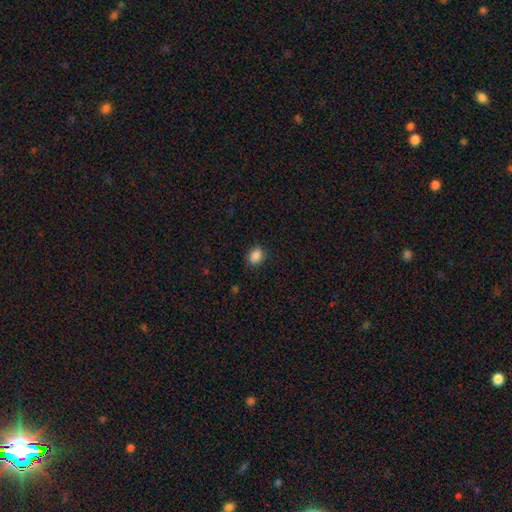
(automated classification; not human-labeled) The model was most divided on "how rounded": in between: 60%, round: 39%, cigar-shaped: 1%. More confident: smooth or featured — smooth (87%); merging — none (83%).